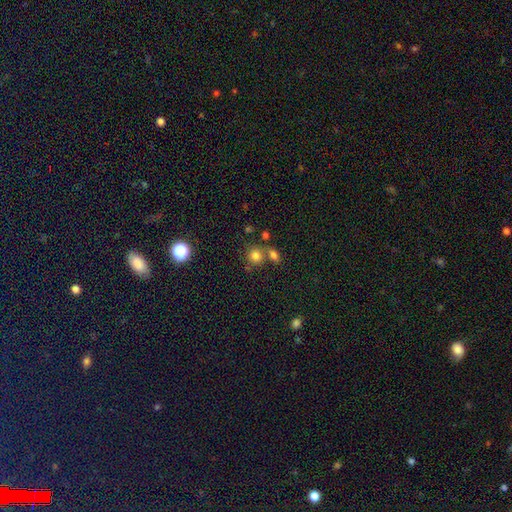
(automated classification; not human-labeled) Smooth or featured? smooth (78%)
How rounded? round (84%)
Merging? none (53%)